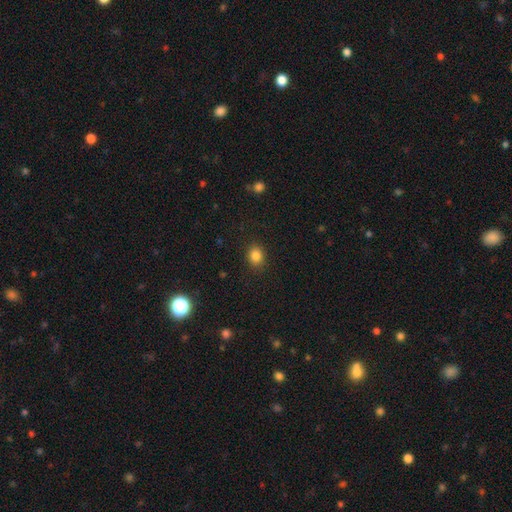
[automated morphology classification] This is clearly a smooth galaxy (84%). How rounded: possibly round (55%). Merging: clearly none (88%).